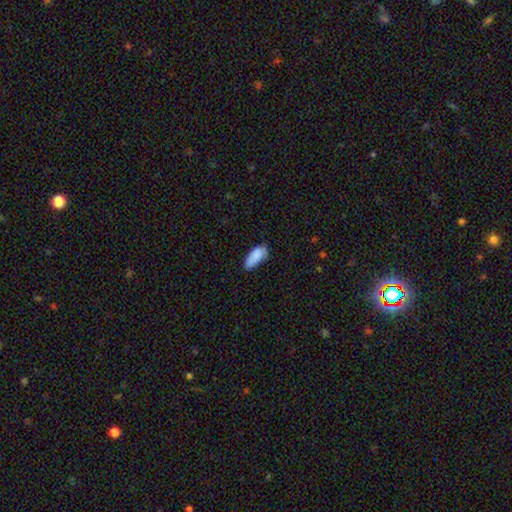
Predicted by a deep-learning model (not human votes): smooth-or-featured: smooth: 87% | star or artifact: 7% | featured or disk: 7%
  how-rounded: in between: 84% | cigar-shaped: 14% | round: 2%
  merging: none: 59% | minor disturbance: 32% | major disturbance: 6% | merger: 2%